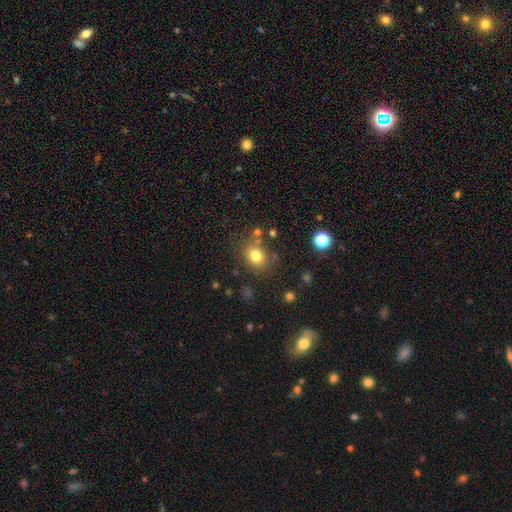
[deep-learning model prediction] Smooth or featured? Predicted: smooth (p=0.79). How rounded? Predicted: round (p=0.57). Merging? Predicted: none (p=0.75).